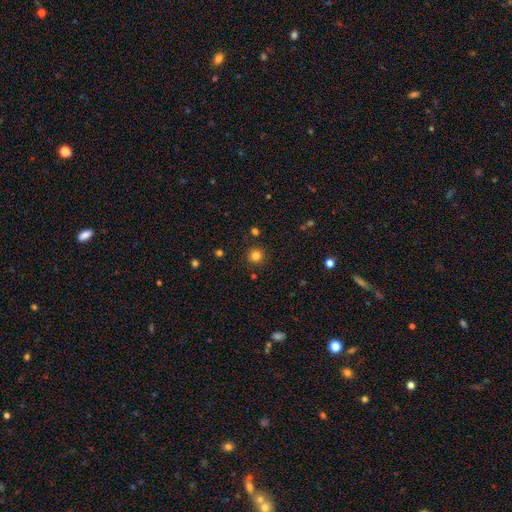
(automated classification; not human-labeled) A smooth galaxy with no disk features (81%) that is round (95%).

Vote fractions:
- Smooth or featured? smooth: 81% / star or artifact: 14% / featured or disk: 5%
- How rounded? round: 95% / in between: 4% / cigar-shaped: 1%
- Merging? none: 90% / minor disturbance: 6% / major disturbance: 2% / merger: 2%